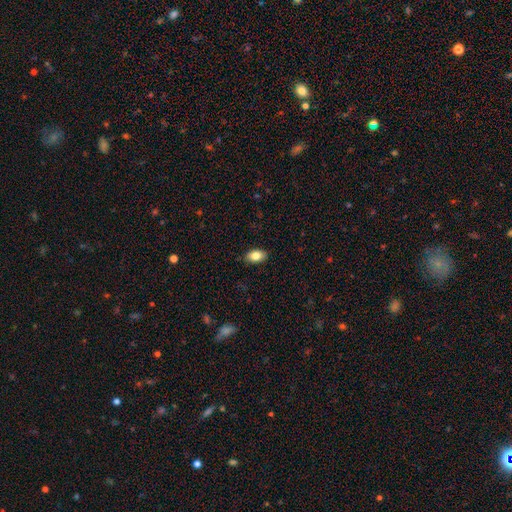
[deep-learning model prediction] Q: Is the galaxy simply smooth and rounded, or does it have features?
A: smooth — 82%.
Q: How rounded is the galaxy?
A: in between — 90%.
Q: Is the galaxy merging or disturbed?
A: none — 87%.